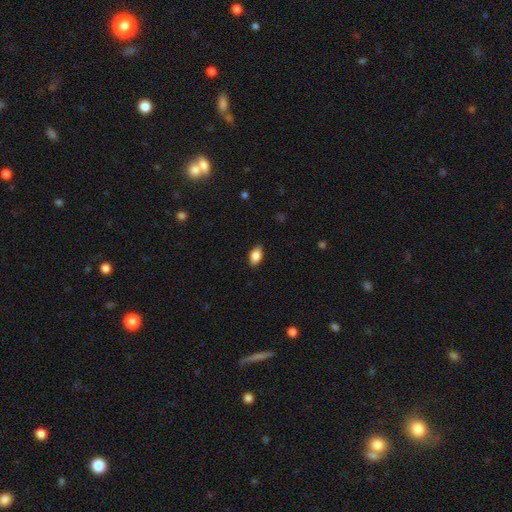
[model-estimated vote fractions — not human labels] smooth-or-featured: smooth: 85% | star or artifact: 8% | featured or disk: 7%
  how-rounded: in between: 90% | round: 8% | cigar-shaped: 3%
  merging: none: 87% | minor disturbance: 10% | major disturbance: 2% | merger: 1%